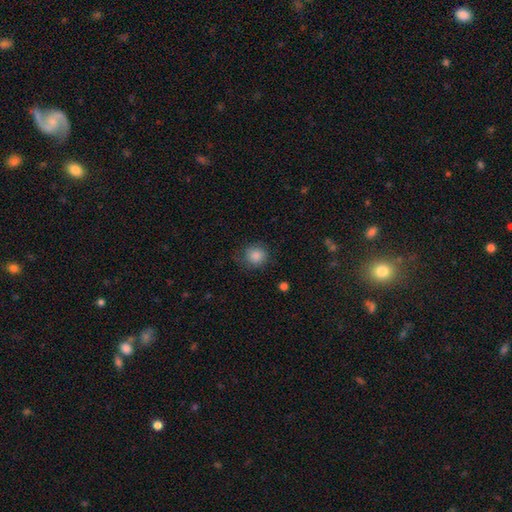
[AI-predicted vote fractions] This appears to be a smooth galaxy with no disk features (86%) that is round (89%). Merging: none (78%).